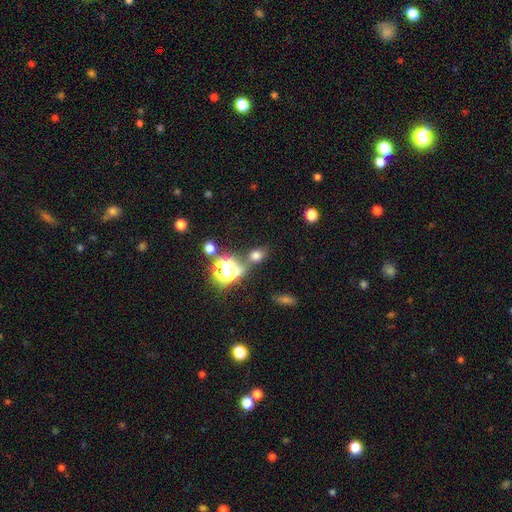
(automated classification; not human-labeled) A smooth galaxy with no disk features (63%) that is round (52%). Merging: none (63%).